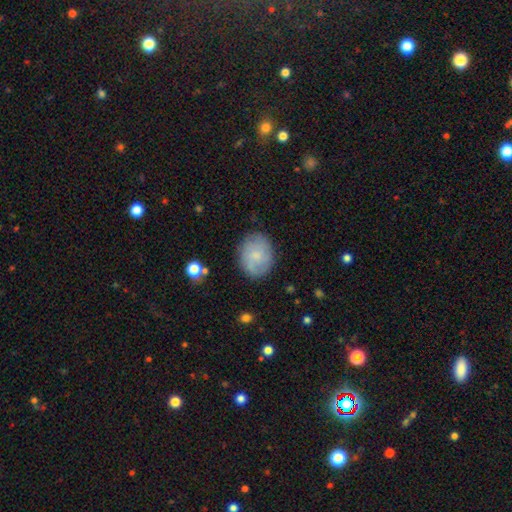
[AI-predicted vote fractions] Overall: smooth (61%; featured or disk 32%). How rounded: in between (51%; round 48%). Merging: none (80%).